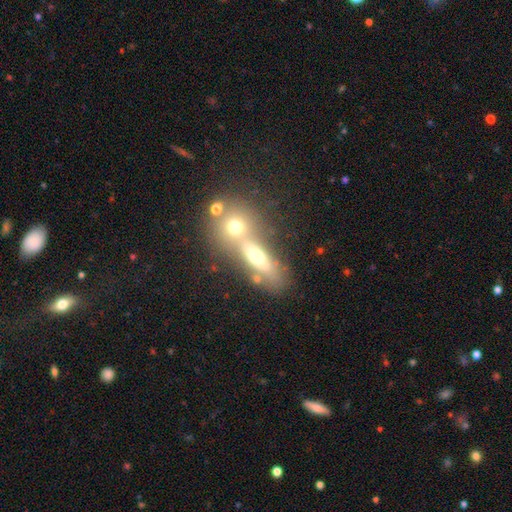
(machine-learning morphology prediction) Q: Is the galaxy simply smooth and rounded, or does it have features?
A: smooth — 56%.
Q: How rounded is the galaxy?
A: in between — 53%.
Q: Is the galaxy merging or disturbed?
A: merger — 49%.